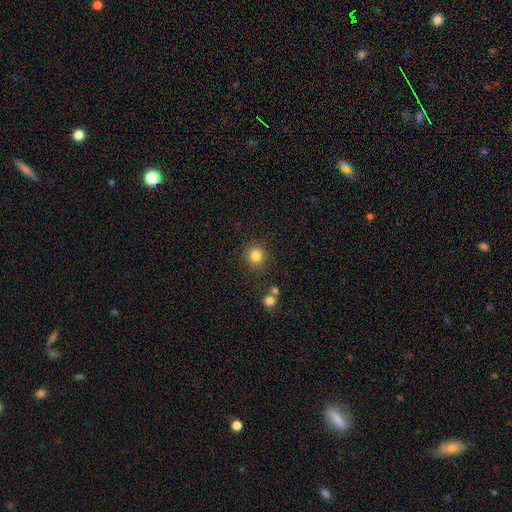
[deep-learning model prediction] smooth-or-featured: smooth: 83% | star or artifact: 12% | featured or disk: 5%
  how-rounded: round: 92% | in between: 7% | cigar-shaped: 1%
  merging: none: 86% | minor disturbance: 7% | merger: 4% | major disturbance: 3%